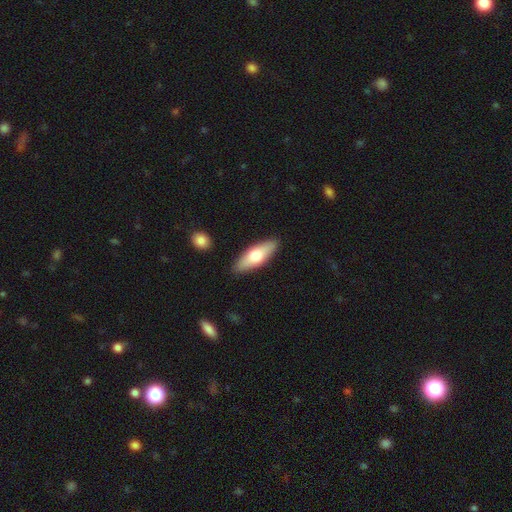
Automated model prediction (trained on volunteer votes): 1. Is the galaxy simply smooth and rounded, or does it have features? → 64% smooth, 31% featured or disk, 5% star or artifact.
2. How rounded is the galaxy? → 63% in between, 35% cigar-shaped, 2% round.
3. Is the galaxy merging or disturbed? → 88% none, 9% minor disturbance, 2% major disturbance, 2% merger.